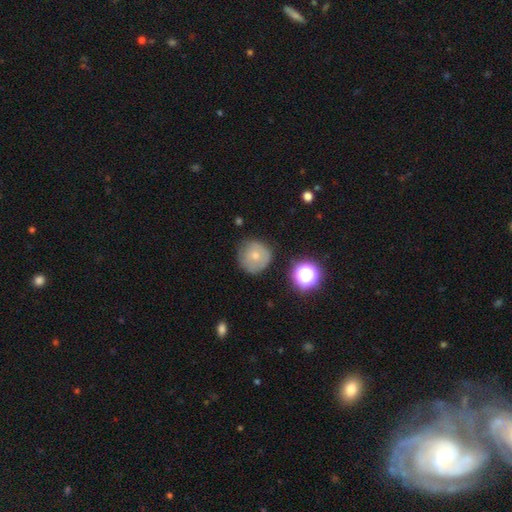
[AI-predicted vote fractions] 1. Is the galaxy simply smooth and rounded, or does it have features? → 66% smooth, 22% featured or disk, 11% star or artifact.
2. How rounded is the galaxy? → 93% round, 7% in between, 1% cigar-shaped.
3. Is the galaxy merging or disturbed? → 74% none, 18% minor disturbance, 5% major disturbance, 3% merger.